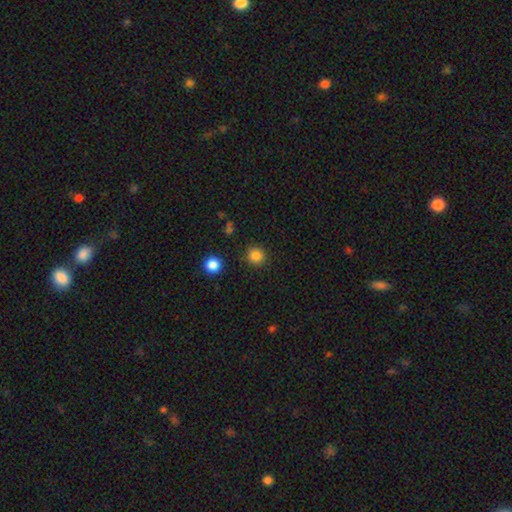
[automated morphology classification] This is clearly a smooth galaxy (84%). How rounded: clearly round (89%). Merging: clearly none (89%).